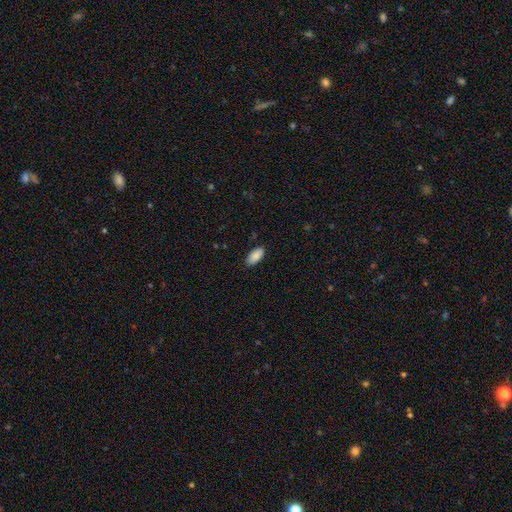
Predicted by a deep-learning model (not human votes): Morphology: type=smooth (87%); roundness=in between (92%); merging=none (86%).